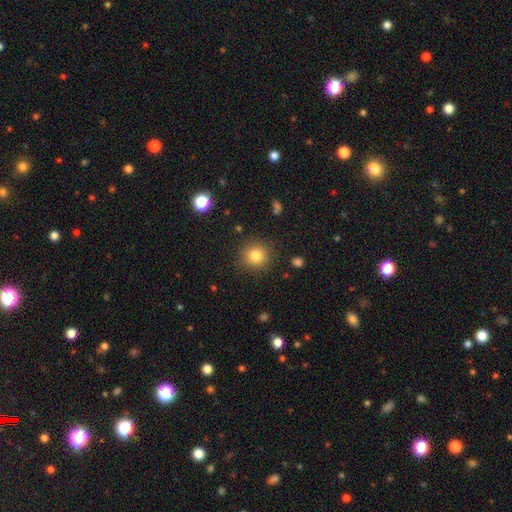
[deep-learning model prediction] Morphology: type=smooth (82%); roundness=round (90%); merging=none (88%).